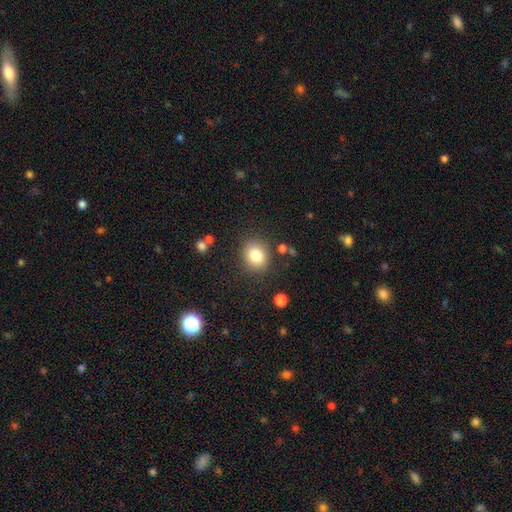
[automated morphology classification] A smooth galaxy with no disk features (82%) that is round (73%). Merging: none (83%).